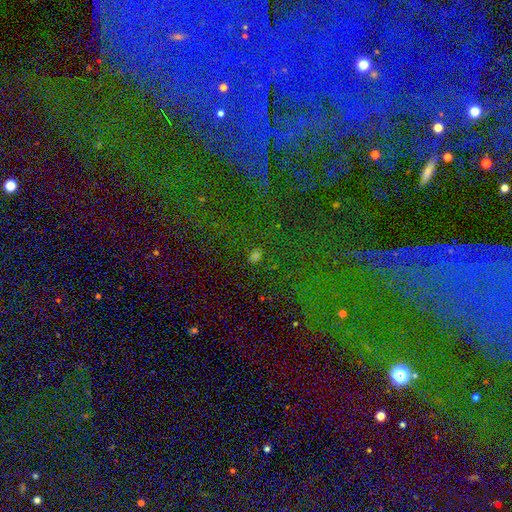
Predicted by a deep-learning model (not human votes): A star or artifact, not a galaxy (63%).

Vote fractions:
- Smooth or featured? star or artifact: 63% / smooth: 26% / featured or disk: 11%